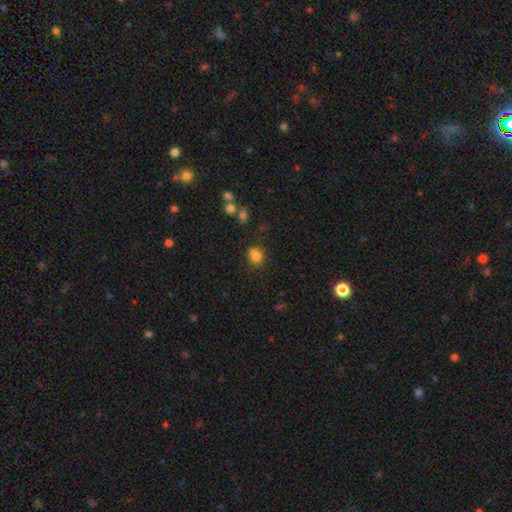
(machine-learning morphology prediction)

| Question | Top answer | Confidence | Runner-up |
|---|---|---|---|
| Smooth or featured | smooth | 79% | star or artifact (14%) |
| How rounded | in between | 58% | round (41%) |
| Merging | none | 56% | minor disturbance (20%) |